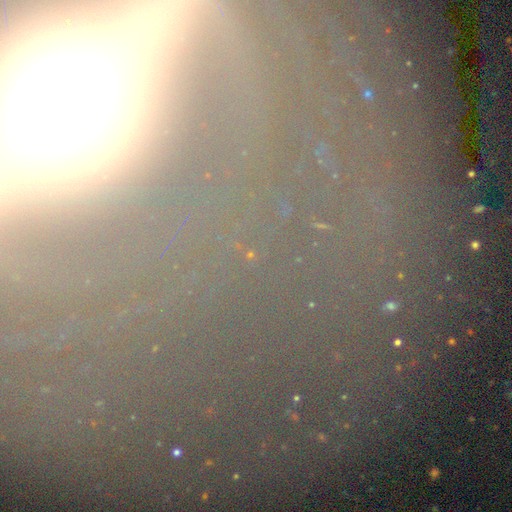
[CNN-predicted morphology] smooth_or_featured: featured or disk (p=0.44) [alt: star or artifact p=0.37]
merging: none (p=0.72) [alt: minor disturbance p=0.12]